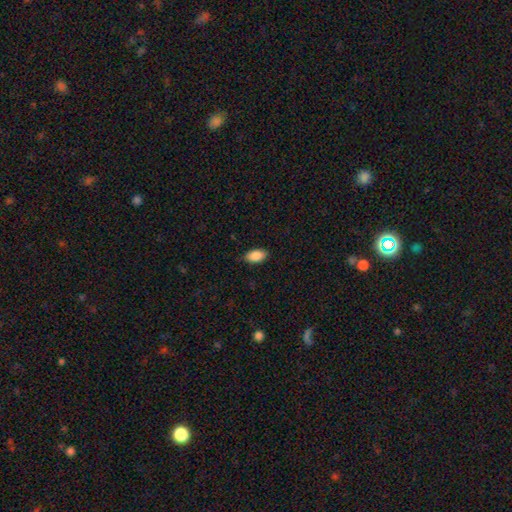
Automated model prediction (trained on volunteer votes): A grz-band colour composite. It shows a smooth galaxy with no disk features (88%) that is in between round and cigar-shaped (93%). Merging: none (84%).